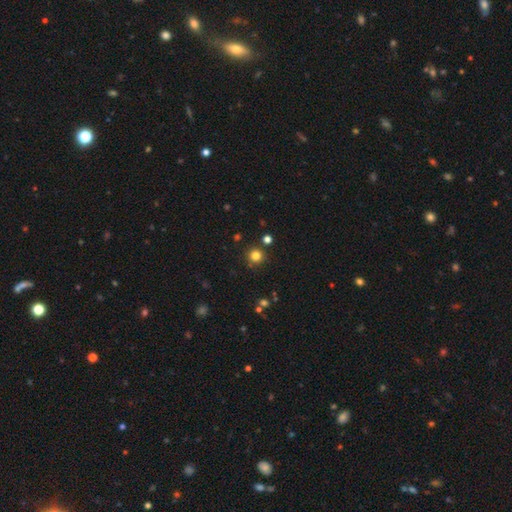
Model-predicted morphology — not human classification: This appears to be a smooth galaxy with no disk features (80%) that is round (94%). Merging: none (87%).